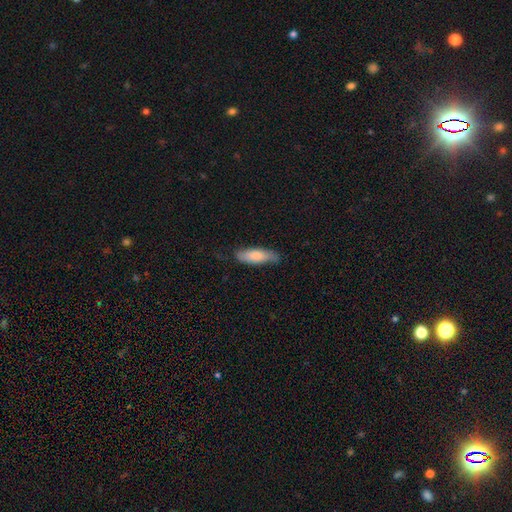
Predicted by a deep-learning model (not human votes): smooth-or-featured: smooth: 78% | featured or disk: 17% | star or artifact: 5%
  how-rounded: cigar-shaped: 50% | in between: 49% | round: 2%
  merging: none: 71% | minor disturbance: 24% | major disturbance: 4% | merger: 1%